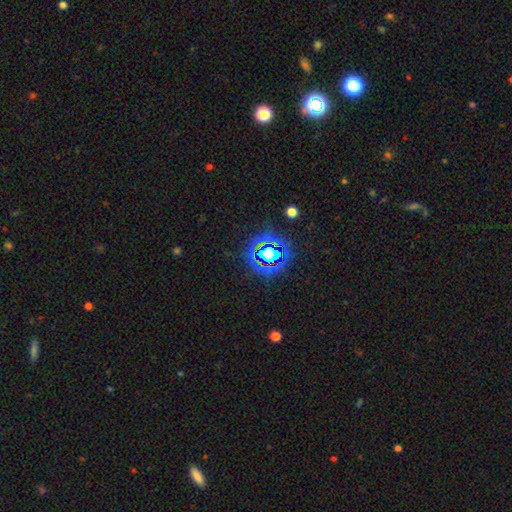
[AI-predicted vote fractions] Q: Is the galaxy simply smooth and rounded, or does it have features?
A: star or artifact — 78%.